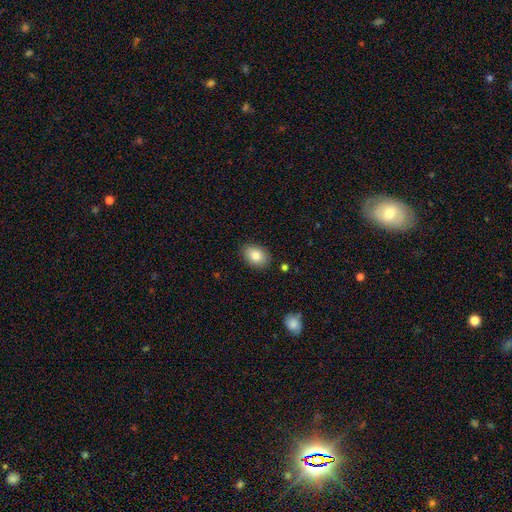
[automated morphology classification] Smooth or featured? Predicted: smooth (p=0.83). How rounded? Predicted: in between (p=0.78). Merging? Predicted: none (p=0.86).